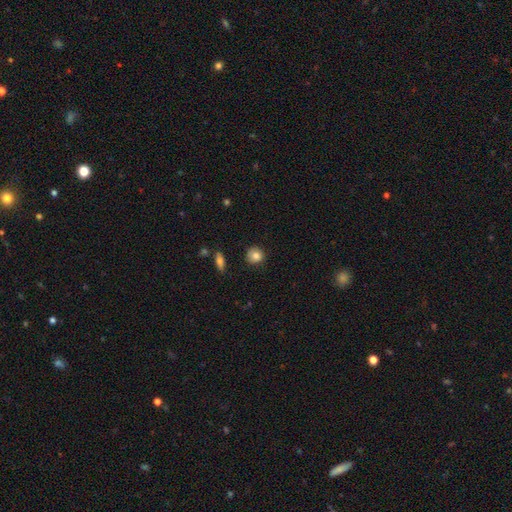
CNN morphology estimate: Smooth or featured?
  - smooth: 84% *
  - star or artifact: 9%
  - featured or disk: 7%
How rounded?
  - round: 89% *
  - in between: 10%
  - cigar-shaped: 1%
Merging?
  - none: 85% *
  - minor disturbance: 11%
  - major disturbance: 2%
  - merger: 2%